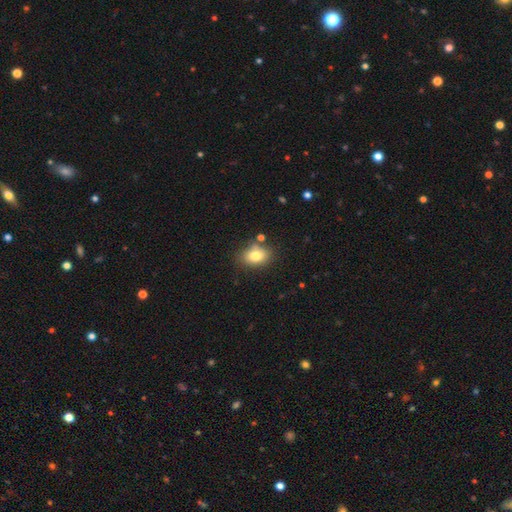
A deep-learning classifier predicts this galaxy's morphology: smooth 79%, featured or disk 11%, star or artifact 10%. Down the decision tree: how rounded — in between (72%); merging — none (73%).